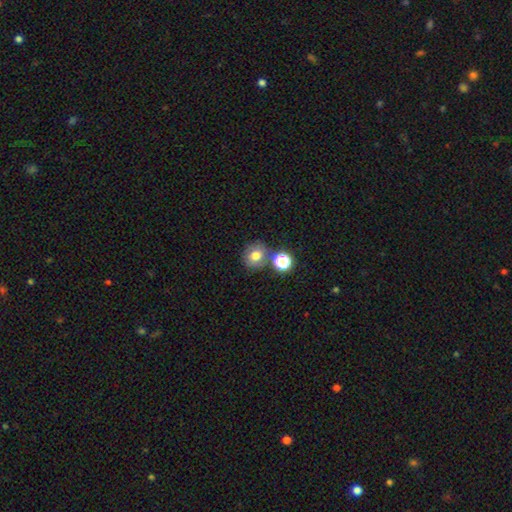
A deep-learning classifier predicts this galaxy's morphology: smooth_or_featured: smooth (p=0.73) [alt: star or artifact p=0.15]
how_rounded: round (p=0.79) [alt: in between p=0.20]
merging: none (p=0.68) [alt: merger p=0.16]